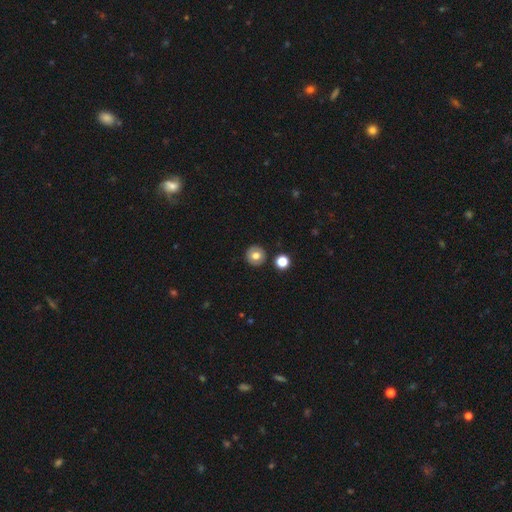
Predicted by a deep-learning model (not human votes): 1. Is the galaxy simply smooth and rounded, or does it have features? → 73% smooth, 17% featured or disk, 10% star or artifact.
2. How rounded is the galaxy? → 93% round, 6% in between, 1% cigar-shaped.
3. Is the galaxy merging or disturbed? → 89% none, 6% minor disturbance, 3% merger, 2% major disturbance.